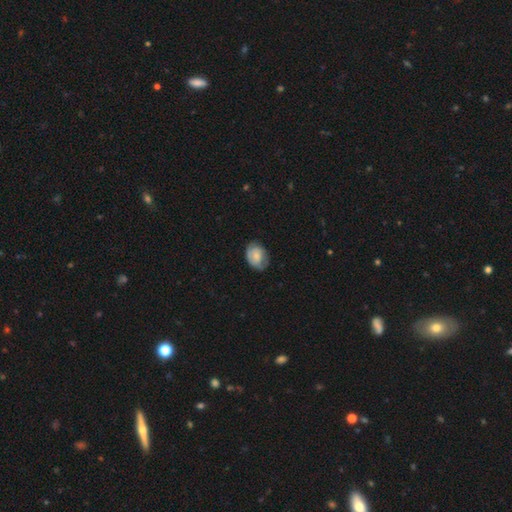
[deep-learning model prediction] The model was most divided on "merging": none: 62%, minor disturbance: 28%, major disturbance: 8%, merger: 1%. More confident: how rounded — in between (69%); smooth or featured — smooth (67%).